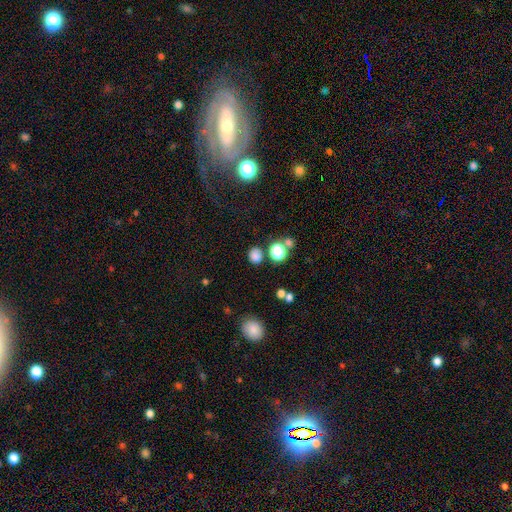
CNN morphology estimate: Smooth or featured: smooth — 77% (star or artifact — 18%)
How rounded: round — 75% (in between — 24%)
Merging: none — 79% (minor disturbance — 10%)